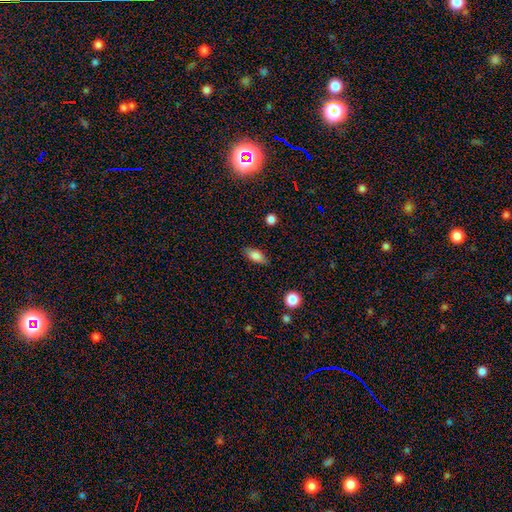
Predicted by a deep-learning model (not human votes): This appears to be a smooth galaxy with no disk features (79%) that is in between round and cigar-shaped (83%). Merging: none (83%).